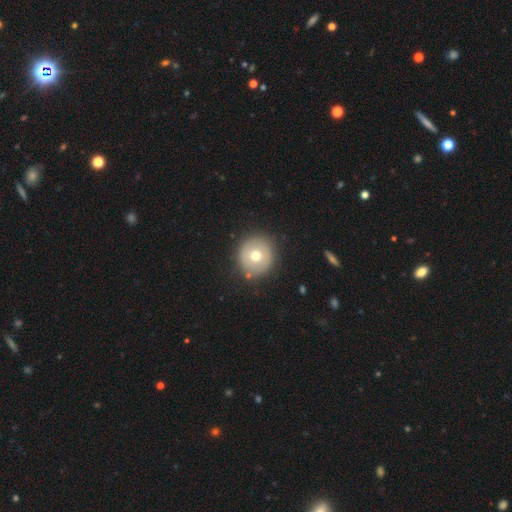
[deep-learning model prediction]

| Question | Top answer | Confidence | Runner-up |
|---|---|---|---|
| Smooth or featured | smooth | 65% | featured or disk (25%) |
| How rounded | round | 93% | in between (6%) |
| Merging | none | 85% | minor disturbance (9%) |